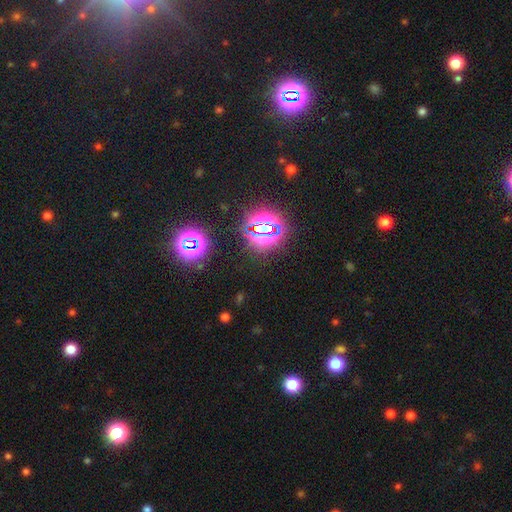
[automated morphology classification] type=star or artifact (74%).